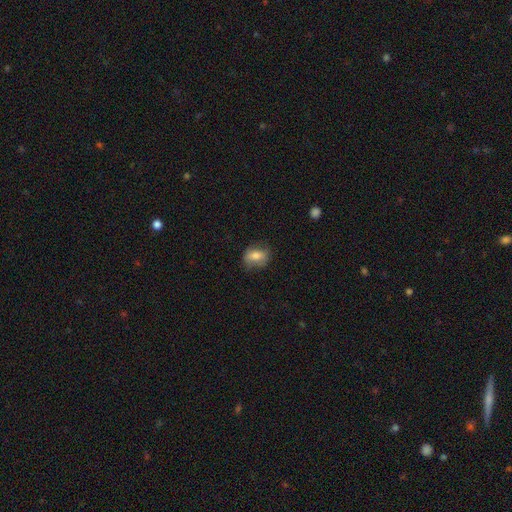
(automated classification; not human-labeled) The model was most divided on "how rounded": in between: 65%, round: 32%, cigar-shaped: 3%. More confident: merging — none (74%); smooth or featured — smooth (72%).